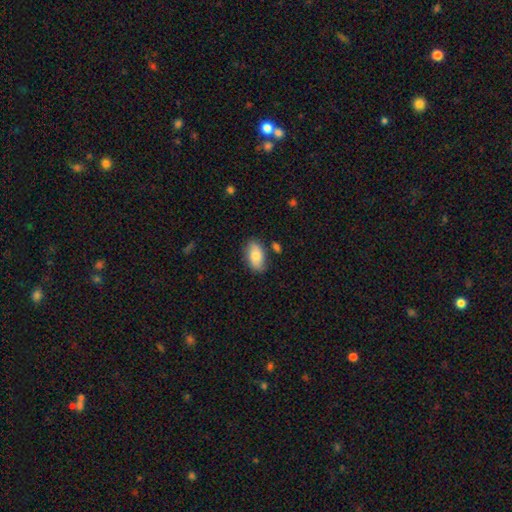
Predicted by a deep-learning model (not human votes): smooth-or-featured: smooth: 79% | featured or disk: 15% | star or artifact: 6%
  how-rounded: in between: 93% | round: 5% | cigar-shaped: 3%
  merging: none: 78% | minor disturbance: 16% | merger: 3% | major disturbance: 3%